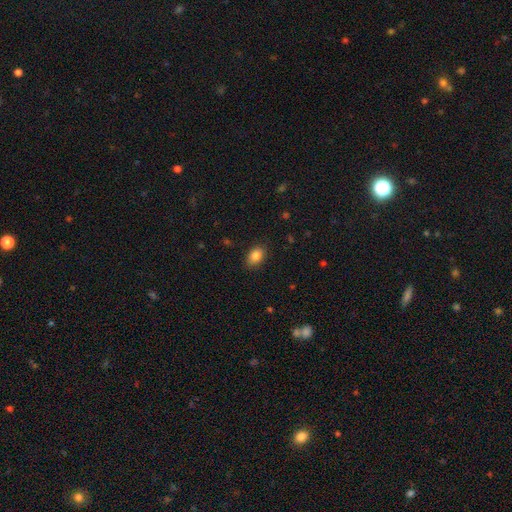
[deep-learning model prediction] This appears to be a smooth galaxy with no disk features (85%) that is in between round and cigar-shaped (81%). Merging: none (86%).